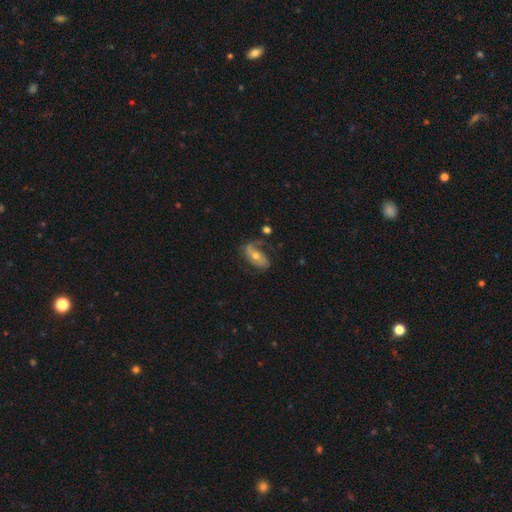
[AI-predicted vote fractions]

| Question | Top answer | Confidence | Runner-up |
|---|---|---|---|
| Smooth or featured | featured or disk | 67% | smooth (25%) |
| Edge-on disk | no | 90% | yes (10%) |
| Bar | no | 56% | weak (25%) |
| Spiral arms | yes | 79% | no (21%) |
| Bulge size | moderate | 59% | small (36%) |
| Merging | none | 57% | minor disturbance (23%) |